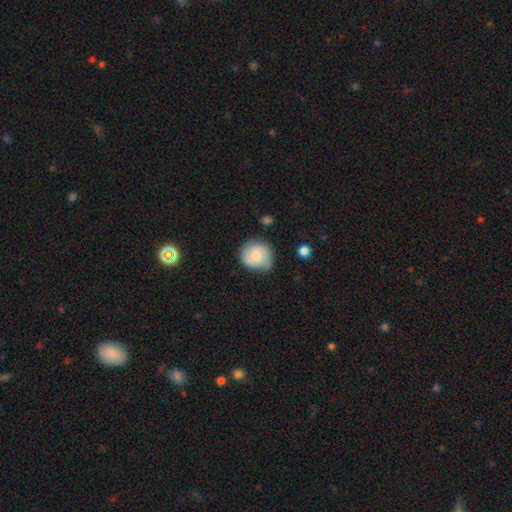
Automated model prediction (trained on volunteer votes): Overall: smooth (55%; featured or disk 38%). How rounded: round (84%). Merging: none (62%; minor disturbance 28%).